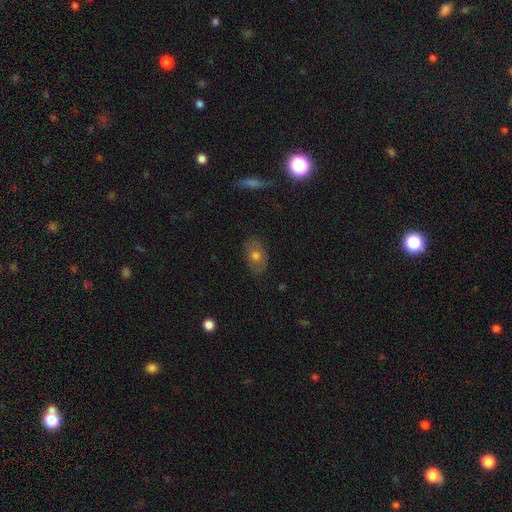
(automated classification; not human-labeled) Smooth or featured: smooth — 63% (featured or disk — 26%)
How rounded: in between — 84% (round — 14%)
Merging: none — 82% (minor disturbance — 13%)